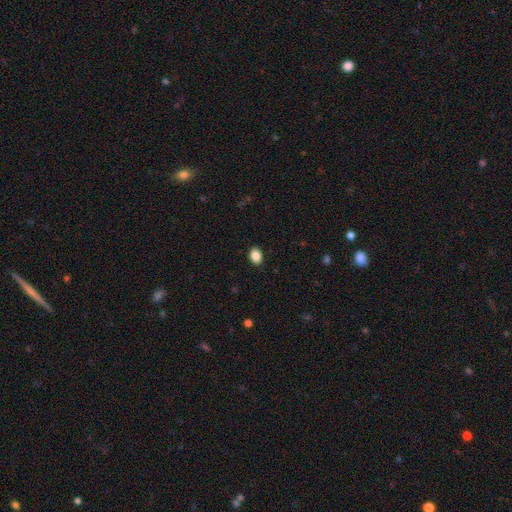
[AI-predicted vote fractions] Overall: smooth (88%). How rounded: in between (78%). Merging: none (89%).